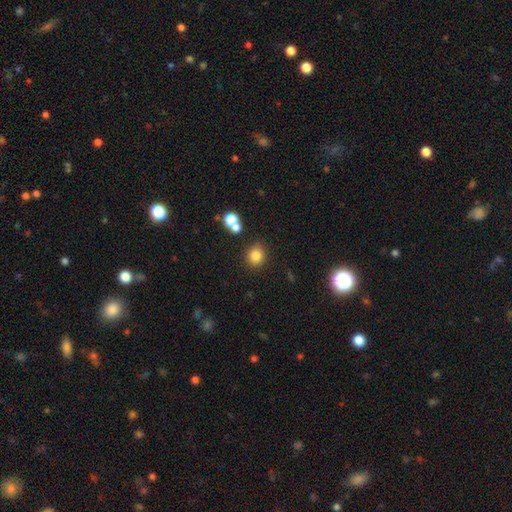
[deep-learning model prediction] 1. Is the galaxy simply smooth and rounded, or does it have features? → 82% smooth, 12% star or artifact, 6% featured or disk.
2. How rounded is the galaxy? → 85% round, 14% in between, 1% cigar-shaped.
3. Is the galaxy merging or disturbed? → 81% none, 9% minor disturbance, 7% merger, 3% major disturbance.